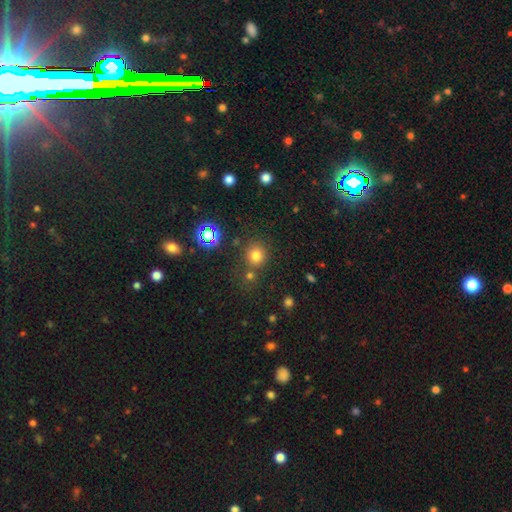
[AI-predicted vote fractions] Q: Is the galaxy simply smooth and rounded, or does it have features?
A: smooth — 71%.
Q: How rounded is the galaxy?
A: round — 88%.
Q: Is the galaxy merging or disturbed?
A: none — 74%.